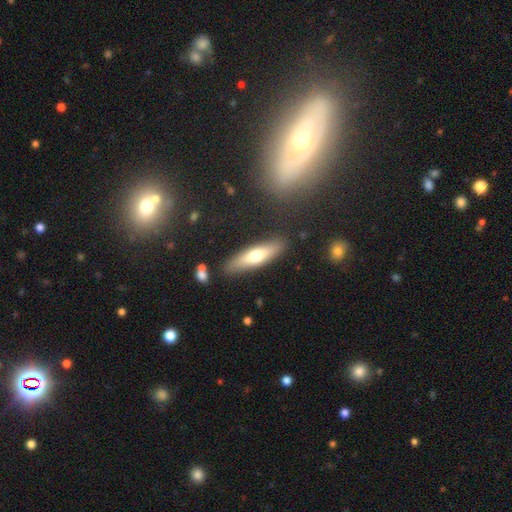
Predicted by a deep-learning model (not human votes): A smooth galaxy with no disk features (63%) that is cigar-shaped (64%).

Vote fractions:
- Smooth or featured? smooth: 63% / featured or disk: 32% / star or artifact: 6%
- How rounded? cigar-shaped: 64% / in between: 34% / round: 2%
- Merging? none: 86% / minor disturbance: 9% / major disturbance: 2% / merger: 2%